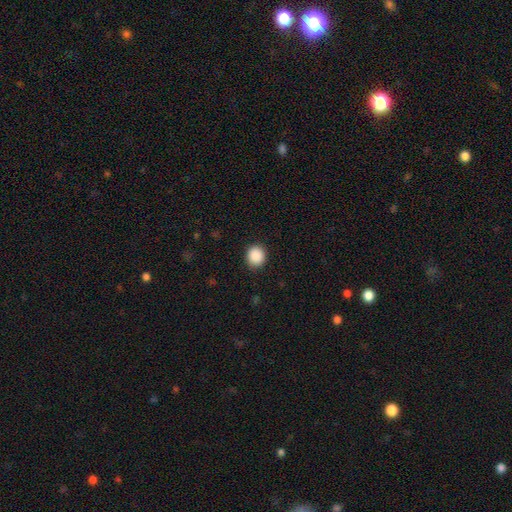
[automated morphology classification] smooth-or-featured: smooth: 89% | star or artifact: 8% | featured or disk: 2%
  how-rounded: round: 83% | in between: 16% | cigar-shaped: 1%
  merging: none: 90% | minor disturbance: 7% | major disturbance: 2% | merger: 1%